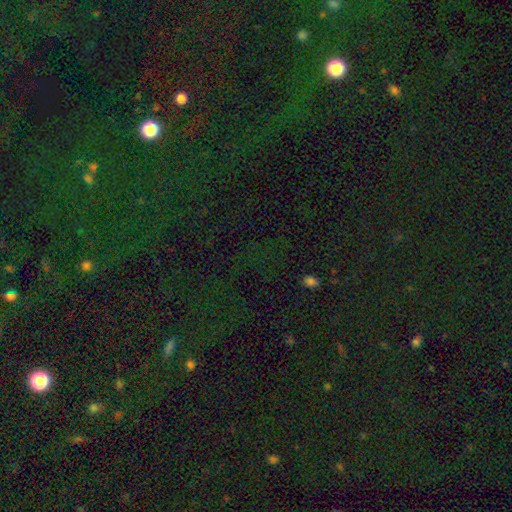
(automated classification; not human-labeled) Morphology: type=star or artifact (78%).